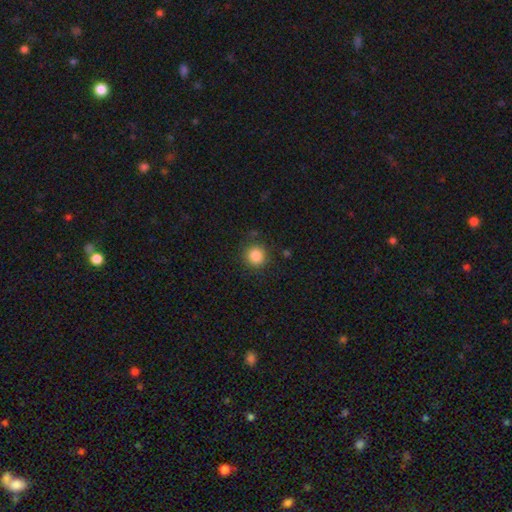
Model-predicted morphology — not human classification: A smooth galaxy with no disk features (86%) that is round (93%).

Vote fractions:
- Smooth or featured? smooth: 86% / star or artifact: 10% / featured or disk: 4%
- How rounded? round: 93% / in between: 6% / cigar-shaped: 1%
- Merging? none: 87% / minor disturbance: 8% / major disturbance: 3% / merger: 2%